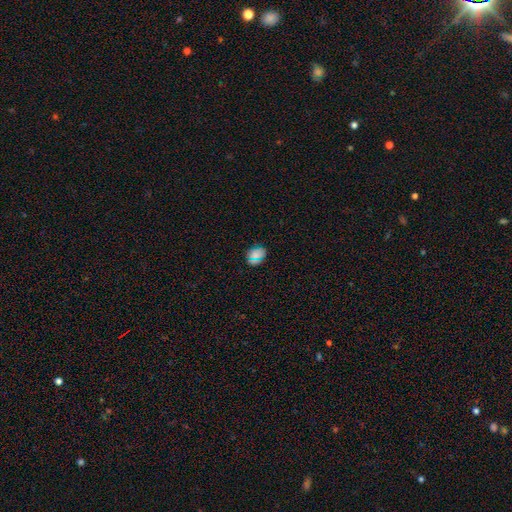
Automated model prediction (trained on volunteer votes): A smooth galaxy with no disk features (70%) that is in between round and cigar-shaped (59%). Merging: none (84%).